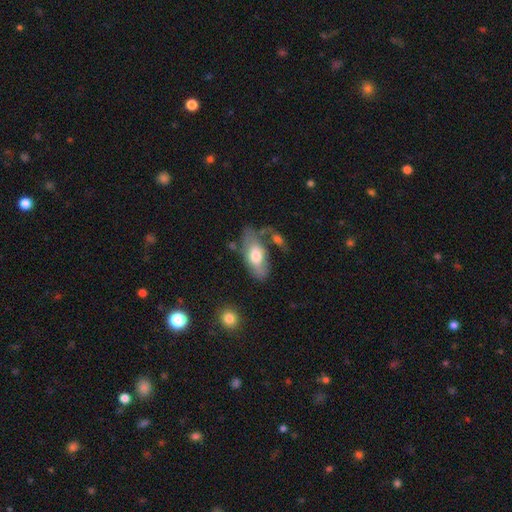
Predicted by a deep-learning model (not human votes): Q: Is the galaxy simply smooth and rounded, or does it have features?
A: smooth — 65%.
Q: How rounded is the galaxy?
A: in between — 88%.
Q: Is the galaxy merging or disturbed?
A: none — 49%.